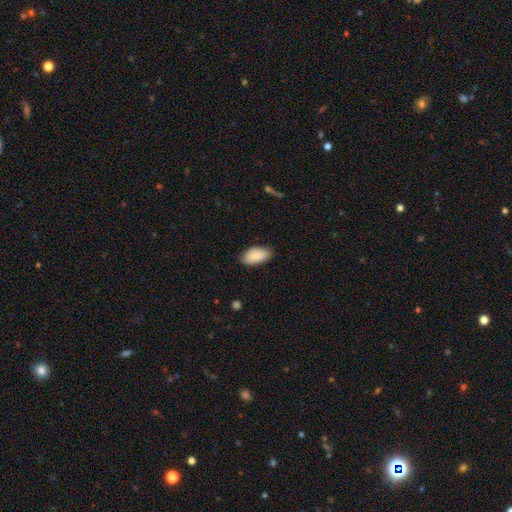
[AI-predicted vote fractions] Q: Smooth or featured?
A: smooth (87%); runner-up: featured or disk (7%)
Q: How rounded?
A: in between (94%); runner-up: cigar-shaped (3%)
Q: Merging?
A: none (82%); runner-up: minor disturbance (15%)